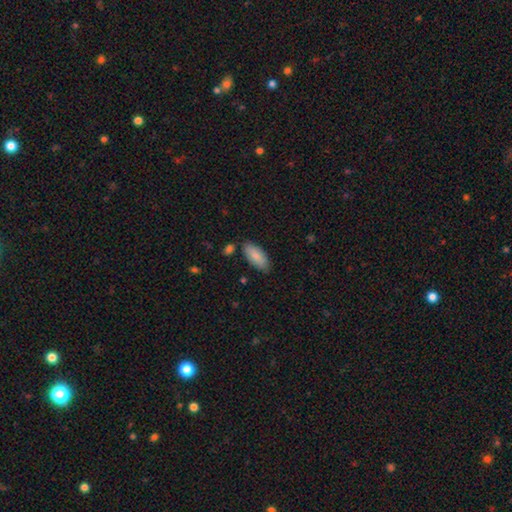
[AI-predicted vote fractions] This is clearly a smooth galaxy (87%). How rounded: clearly in between (87%). Merging: clearly none (80%).